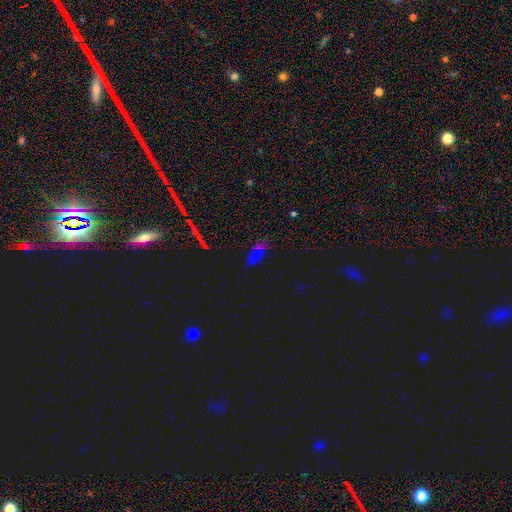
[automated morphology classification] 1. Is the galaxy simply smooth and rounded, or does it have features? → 47% smooth, 41% star or artifact, 12% featured or disk.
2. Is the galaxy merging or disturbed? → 70% none, 17% minor disturbance, 7% major disturbance, 6% merger.